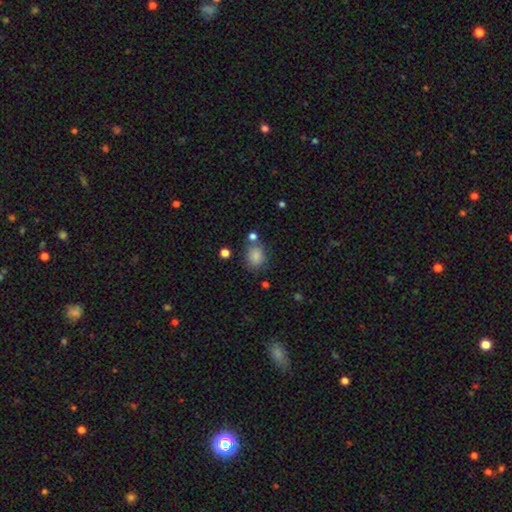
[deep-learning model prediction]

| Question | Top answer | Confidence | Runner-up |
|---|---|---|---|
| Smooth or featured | smooth | 84% | star or artifact (10%) |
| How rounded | round | 52% | in between (47%) |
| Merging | none | 67% | minor disturbance (16%) |